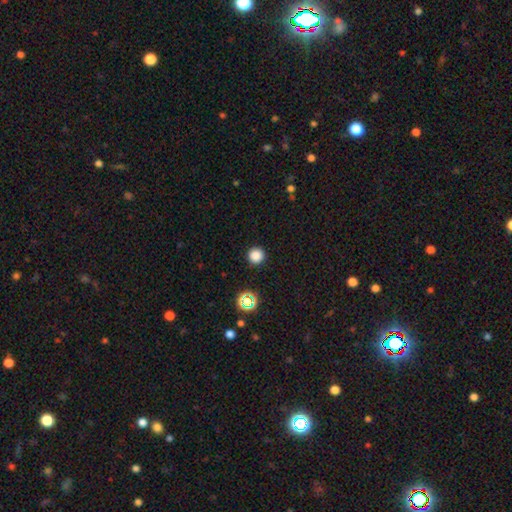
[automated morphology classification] Q: Smooth or featured?
A: smooth (81%); runner-up: star or artifact (15%)
Q: How rounded?
A: round (96%); runner-up: in between (3%)
Q: Merging?
A: none (92%); runner-up: minor disturbance (5%)